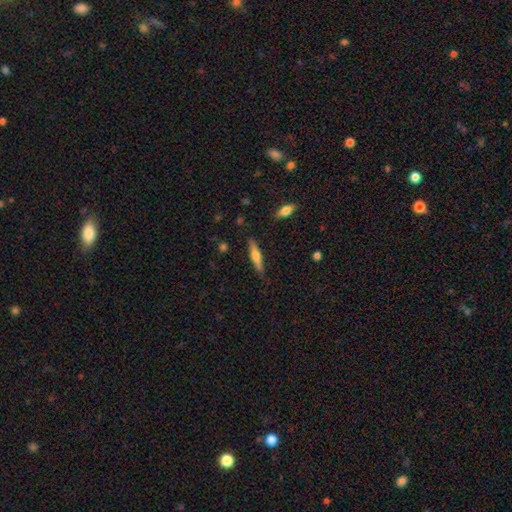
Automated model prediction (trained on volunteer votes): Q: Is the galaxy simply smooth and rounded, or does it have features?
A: featured or disk — 48%.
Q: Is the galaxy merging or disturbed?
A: none — 85%.